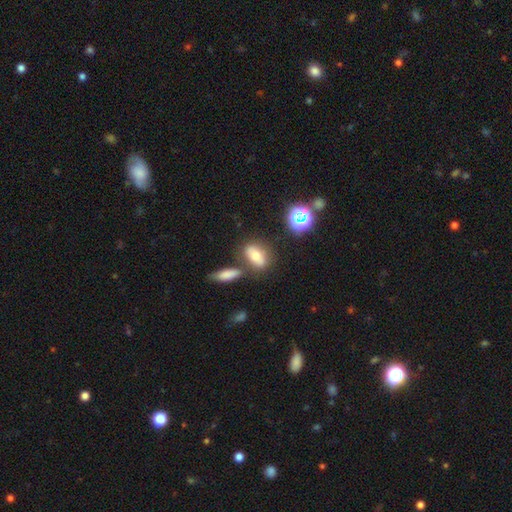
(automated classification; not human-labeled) Smooth or featured: smooth — 64% (featured or disk — 23%)
How rounded: in between — 74% (round — 16%)
Merging: none — 65% (merger — 17%)